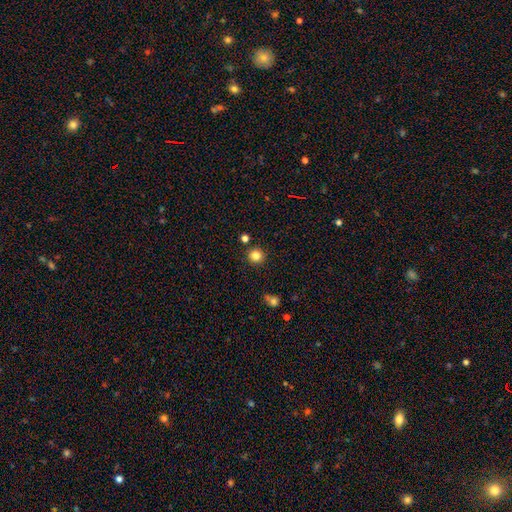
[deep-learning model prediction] Overall: smooth (83%). How rounded: round (94%). Merging: none (88%).